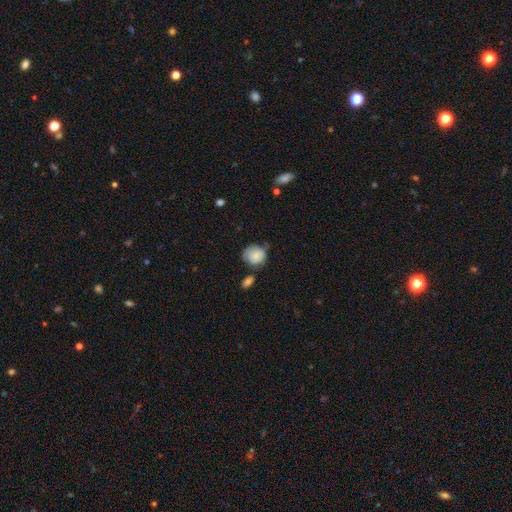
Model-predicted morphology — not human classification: A smooth galaxy with no disk features (83%) that is round (76%). Merging: none (50%).